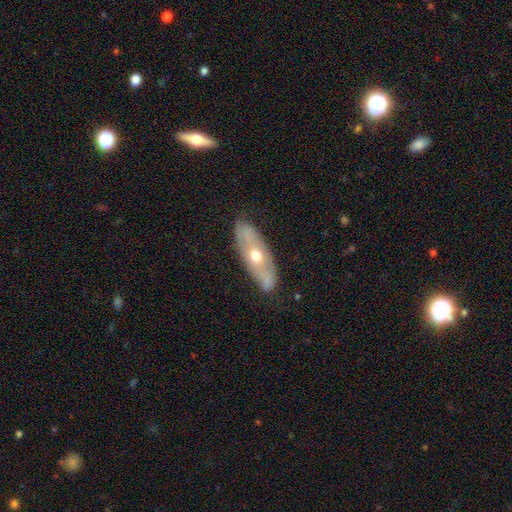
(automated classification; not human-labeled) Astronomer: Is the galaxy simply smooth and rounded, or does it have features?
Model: featured or disk — 56% (runner-up: smooth, 38%).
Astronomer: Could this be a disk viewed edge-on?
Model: no — 68%.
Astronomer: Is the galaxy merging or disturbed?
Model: none — 79%.